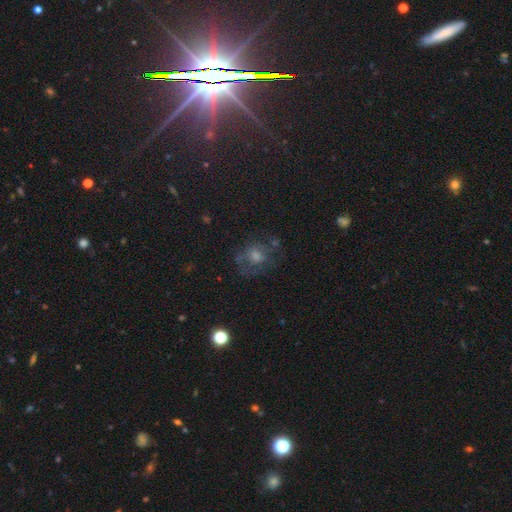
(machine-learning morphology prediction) The model was most divided on "smooth or featured": smooth: 35%, featured or disk: 34%, star or artifact: 31%. More confident: merging — none (63%).